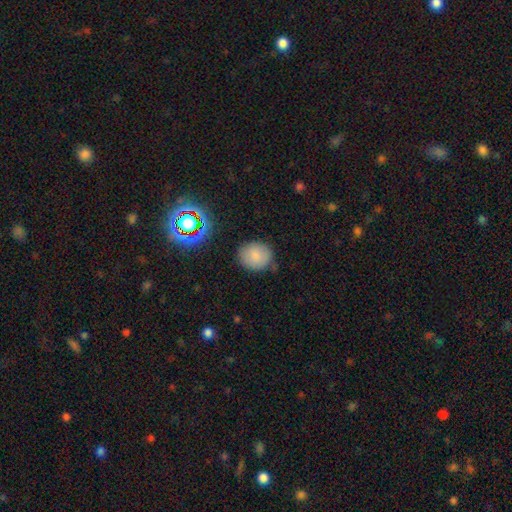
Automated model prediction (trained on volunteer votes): smooth-or-featured: smooth: 81% | star or artifact: 11% | featured or disk: 8%
  how-rounded: round: 73% | in between: 26% | cigar-shaped: 1%
  merging: none: 78% | minor disturbance: 15% | major disturbance: 4% | merger: 3%